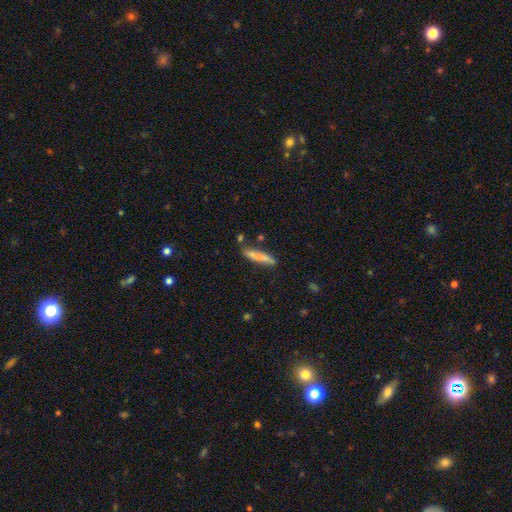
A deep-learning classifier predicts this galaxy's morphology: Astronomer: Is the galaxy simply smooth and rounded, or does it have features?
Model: smooth — 78%.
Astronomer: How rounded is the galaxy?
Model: cigar-shaped — 87%.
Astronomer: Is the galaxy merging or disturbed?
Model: none — 75%.